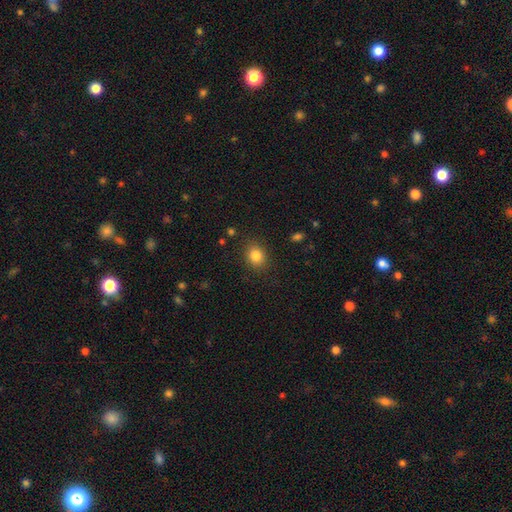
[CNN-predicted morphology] smooth_or_featured: smooth (p=0.84) [alt: star or artifact p=0.11]
how_rounded: round (p=0.59) [alt: in between p=0.40]
merging: none (p=0.86) [alt: minor disturbance p=0.09]